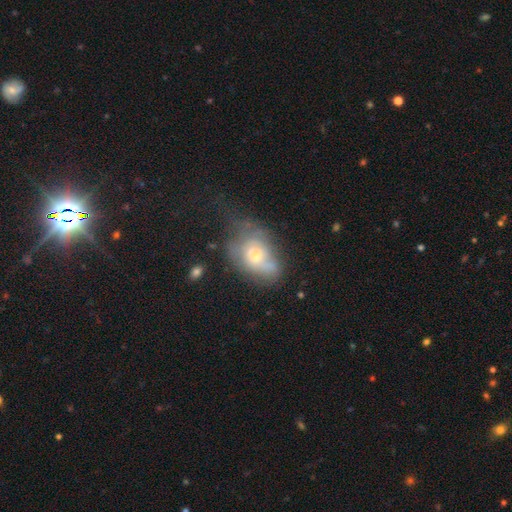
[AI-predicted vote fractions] The model was most divided on "smooth or featured": smooth: 46%, featured or disk: 45%, star or artifact: 9%. Remaining: merging — major disturbance (35%).